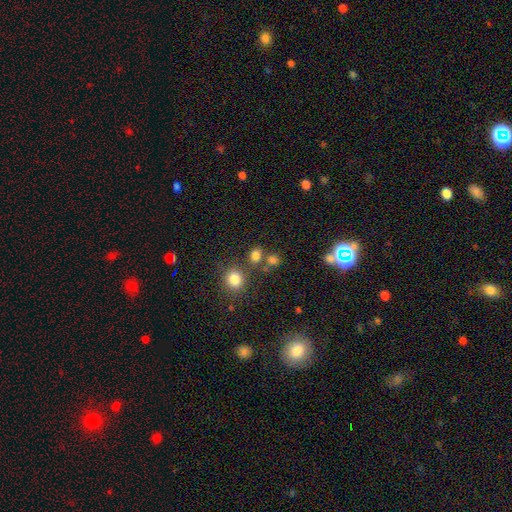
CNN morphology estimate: A smooth galaxy with no disk features (79%) that is round (57%). Merging: none (65%).